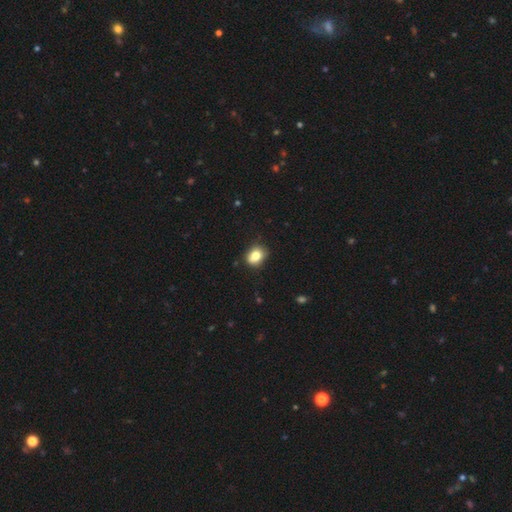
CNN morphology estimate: Overall: smooth (80%). How rounded: round (50%; in between 49%). Merging: none (78%).